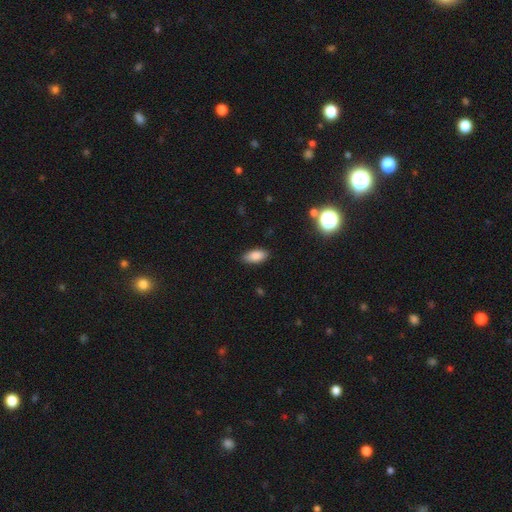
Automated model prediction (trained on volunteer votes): Smooth or featured: smooth — 85% (star or artifact — 9%)
How rounded: in between — 90% (cigar-shaped — 7%)
Merging: none — 85% (minor disturbance — 11%)